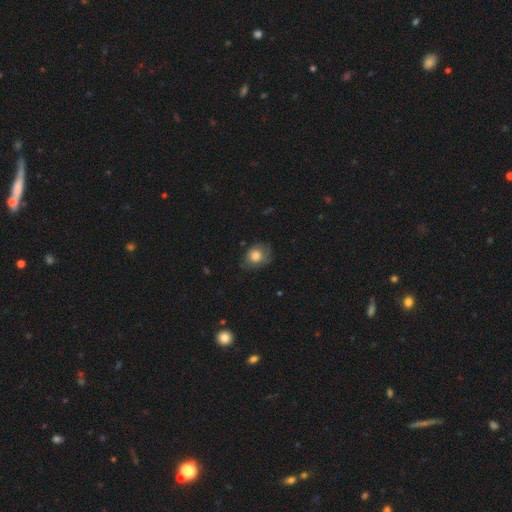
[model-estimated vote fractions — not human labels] Overall: smooth (75%). How rounded: round (58%; in between 41%). Merging: none (62%; minor disturbance 27%).